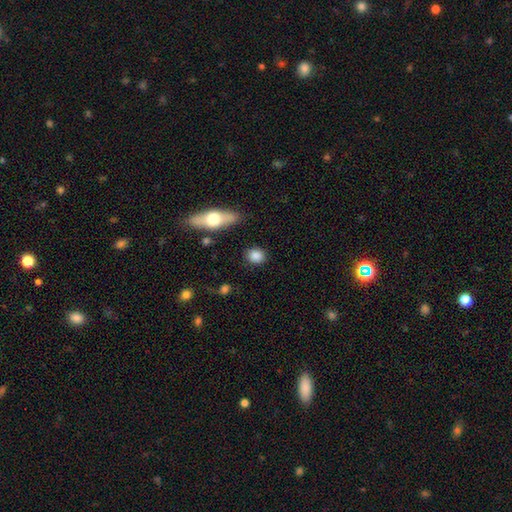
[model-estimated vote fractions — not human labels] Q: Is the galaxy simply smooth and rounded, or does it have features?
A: smooth — 85%.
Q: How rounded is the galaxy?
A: round — 68%.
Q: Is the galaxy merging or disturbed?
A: none — 85%.